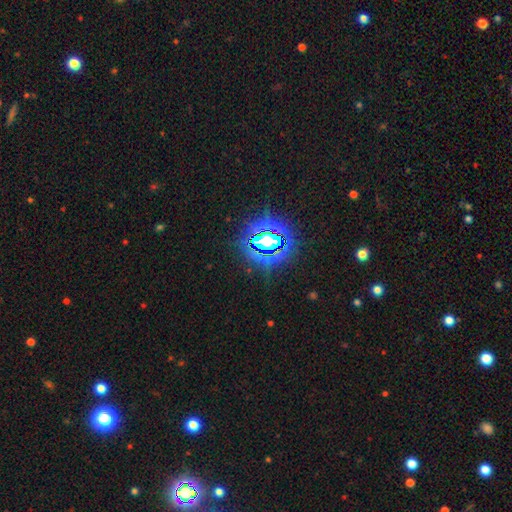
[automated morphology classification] Smooth or featured? Predicted: star or artifact (p=0.83).